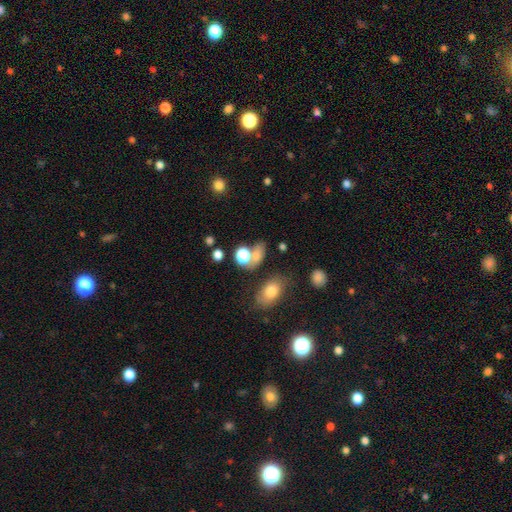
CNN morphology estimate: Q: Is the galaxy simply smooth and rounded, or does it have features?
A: smooth — 69%.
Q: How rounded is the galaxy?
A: in between — 57%.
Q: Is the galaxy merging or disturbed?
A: none — 48%.